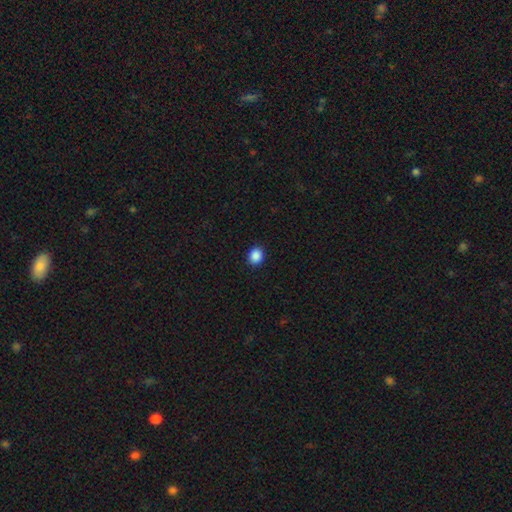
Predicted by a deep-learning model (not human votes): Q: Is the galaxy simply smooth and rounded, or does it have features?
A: smooth — 88%.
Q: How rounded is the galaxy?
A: round — 72%.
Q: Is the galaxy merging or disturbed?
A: none — 91%.